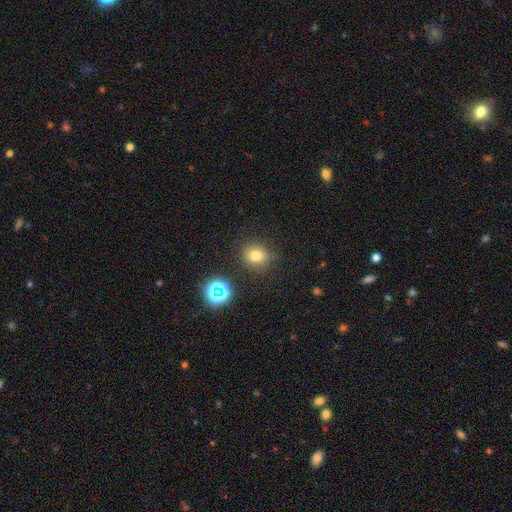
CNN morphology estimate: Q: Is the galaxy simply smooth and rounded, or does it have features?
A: smooth — 74%.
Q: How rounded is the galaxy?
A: round — 78%.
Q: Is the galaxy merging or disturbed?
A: none — 82%.